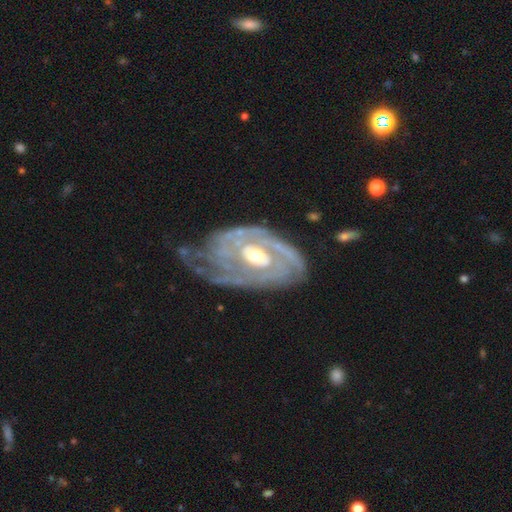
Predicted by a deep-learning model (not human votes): Smooth or featured? Predicted: featured or disk (p=0.87). Edge-on disk? Predicted: no (p=0.95). Bar? Predicted: no (p=0.66). Spiral arms? Predicted: yes (p=0.88). Spiral winding? Predicted: tight (p=0.69). Spiral arm count? Predicted: can't tell (p=0.35). Bulge size? Predicted: moderate (p=0.73). Merging? Predicted: none (p=0.56).